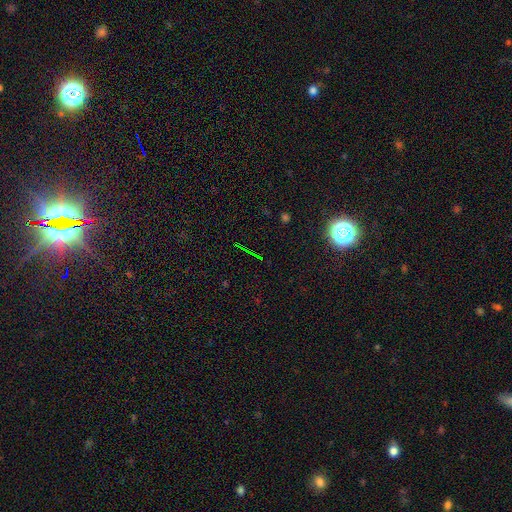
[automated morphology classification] Smooth or featured? Predicted: star or artifact (p=0.76).